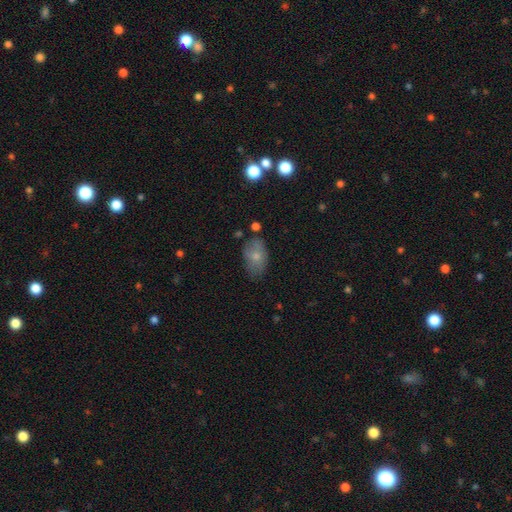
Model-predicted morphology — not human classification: smooth-or-featured: smooth: 72% | featured or disk: 20% | star or artifact: 8%
  how-rounded: in between: 87% | round: 12% | cigar-shaped: 2%
  merging: none: 65% | minor disturbance: 25% | major disturbance: 7% | merger: 4%